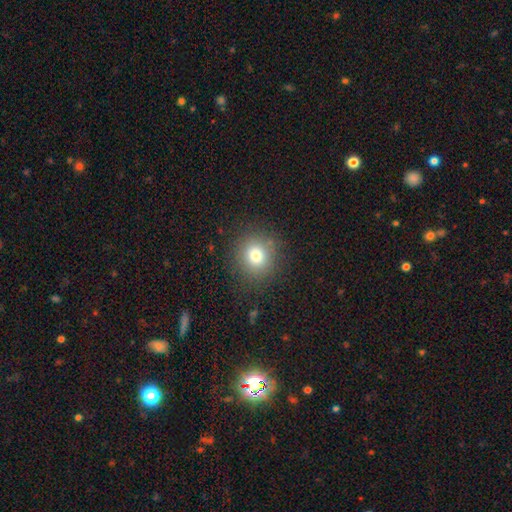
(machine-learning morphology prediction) smooth 76%, star or artifact 14%, featured or disk 9%. Down the decision tree: how rounded — round (87%); merging — none (86%).